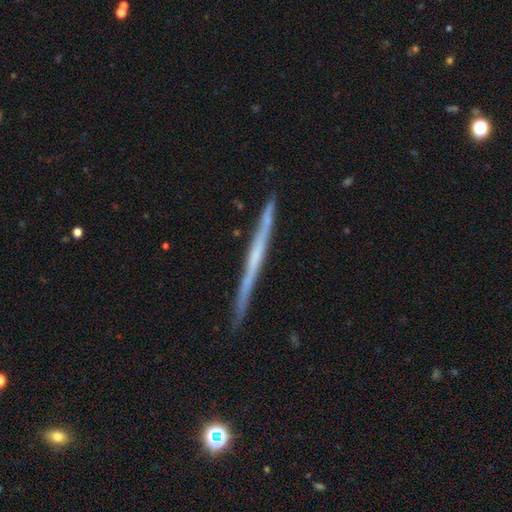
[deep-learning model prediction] smooth_or_featured: featured or disk (p=0.66) [alt: smooth p=0.28]
disk_edge_on: yes (p=0.98) [alt: no p=0.02]
edge_on_bulge: none (p=0.83) [alt: rounded p=0.12]
merging: none (p=0.90) [alt: minor disturbance p=0.07]